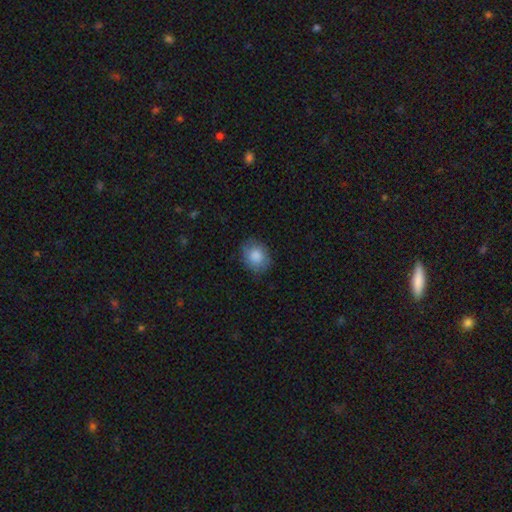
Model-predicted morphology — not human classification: Smooth or featured? Predicted: smooth (p=0.85). How rounded? Predicted: round (p=0.53). Merging? Predicted: none (p=0.83).